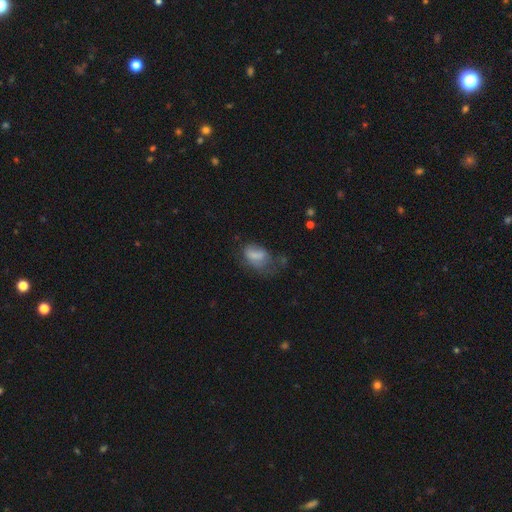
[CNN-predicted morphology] type=smooth (66%); roundness=in between (86%); merging=major disturbance (34%).